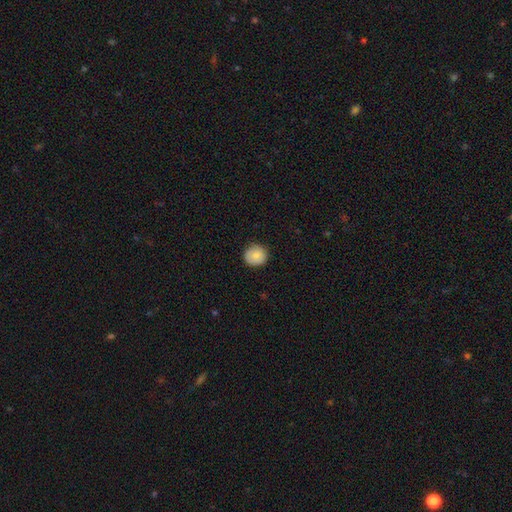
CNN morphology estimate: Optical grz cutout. It shows a smooth galaxy with no disk features (79%) that is round (91%). Merging: none (86%).